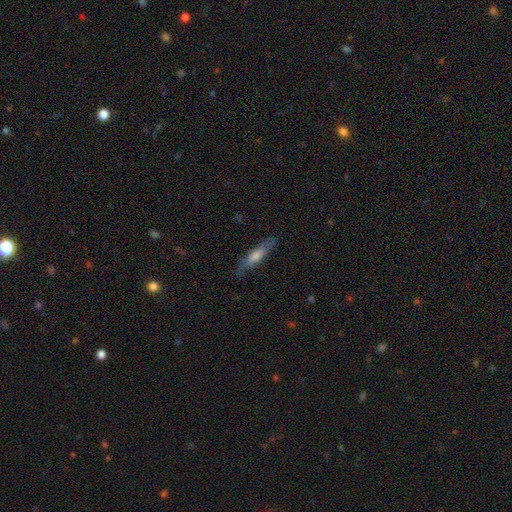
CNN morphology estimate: Smooth or featured? Predicted: smooth (p=0.48). Merging? Predicted: none (p=0.78).